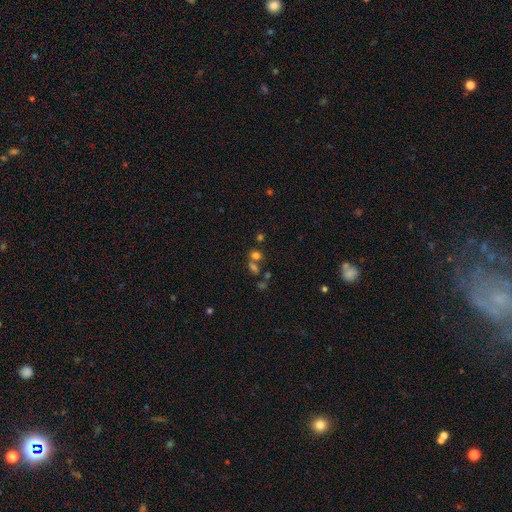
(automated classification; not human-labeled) The model was most divided on "how rounded": round: 54%, in between: 45%, cigar-shaped: 2%. More confident: smooth or featured — smooth (68%); merging — none (52%).